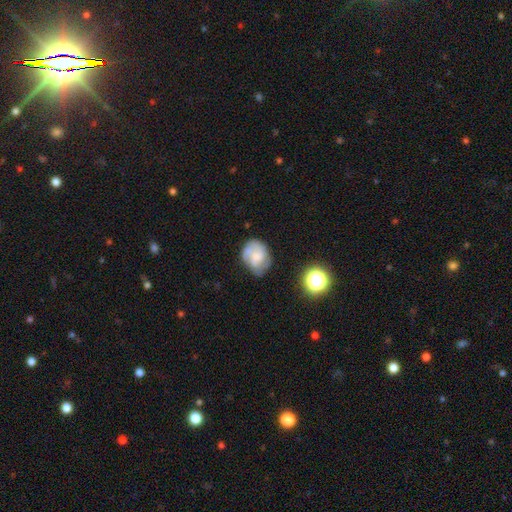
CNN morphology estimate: This appears to be a featured or disk galaxy (57%) with no bar (70%), spiral arms (82%) and a moderate central bulge (31%). Merging: none (57%).